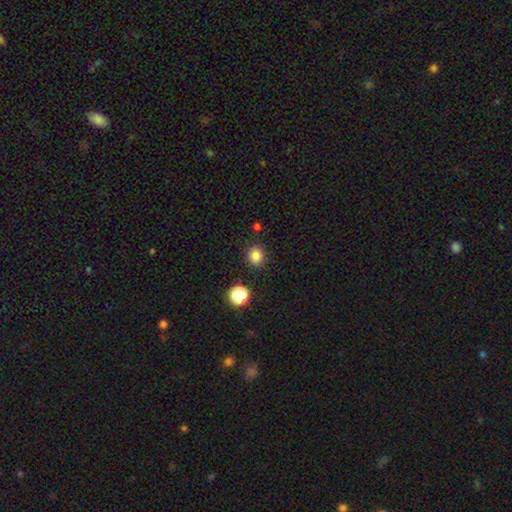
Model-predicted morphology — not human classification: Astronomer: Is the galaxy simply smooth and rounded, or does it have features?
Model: smooth — 83%.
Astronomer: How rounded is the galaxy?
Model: round — 81%.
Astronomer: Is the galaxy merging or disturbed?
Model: none — 88%.